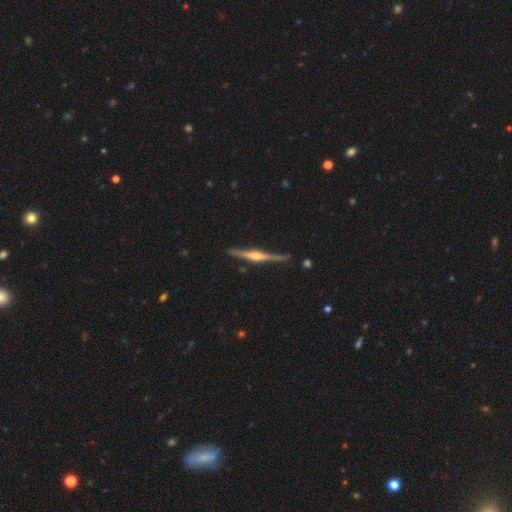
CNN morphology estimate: A featured or disk galaxy (82%) viewed edge-on (98%) with a rounded central bulge (85%).

Vote fractions:
- Smooth or featured? featured or disk: 82% / smooth: 13% / star or artifact: 5%
- Edge-on disk? yes: 98% / no: 2%
- Edge-on bulge? rounded: 85% / boxy: 9% / none: 6%
- Merging? none: 86% / minor disturbance: 10% / major disturbance: 2% / merger: 2%